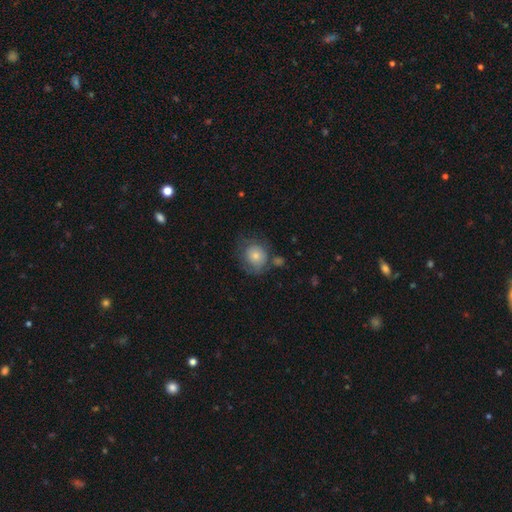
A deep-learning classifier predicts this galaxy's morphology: The model was most divided on "merging": none: 60%, minor disturbance: 22%, major disturbance: 11%, merger: 8%. More confident: how rounded — round (79%); smooth or featured — smooth (74%).